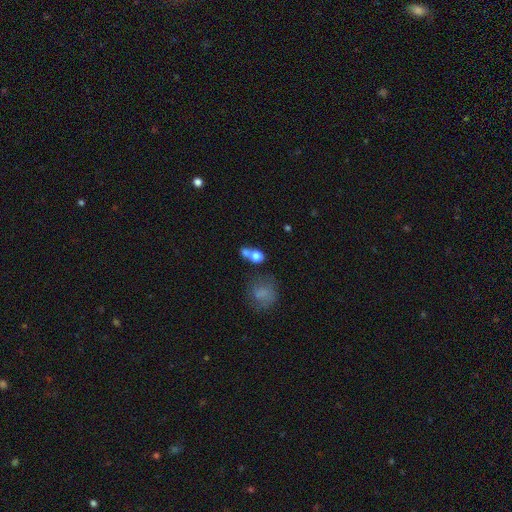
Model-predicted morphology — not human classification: This is likely a smooth galaxy (75%). How rounded: possibly round (60%). Merging: marginally merger (43%).